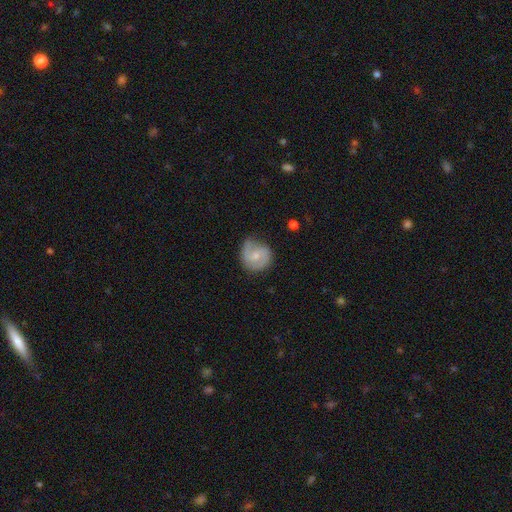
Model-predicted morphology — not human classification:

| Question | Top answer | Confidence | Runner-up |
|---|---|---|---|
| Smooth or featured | featured or disk | 59% | smooth (34%) |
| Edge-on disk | no | 98% | yes (2%) |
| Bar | no | 59% | weak (36%) |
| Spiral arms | yes | 89% | no (11%) |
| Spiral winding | medium | 43% | tight (35%) |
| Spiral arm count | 2 | 66% | 1 (15%) |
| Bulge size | small | 52% | moderate (41%) |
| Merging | none | 62% | minor disturbance (27%) |